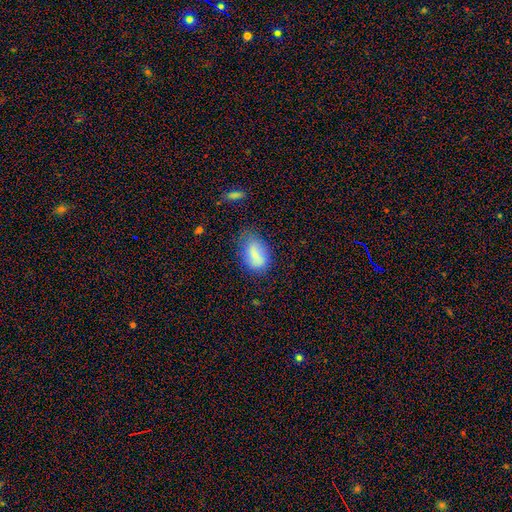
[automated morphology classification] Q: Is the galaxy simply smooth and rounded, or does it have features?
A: smooth — 73%.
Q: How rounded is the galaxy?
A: in between — 86%.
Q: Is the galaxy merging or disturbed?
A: none — 55%.